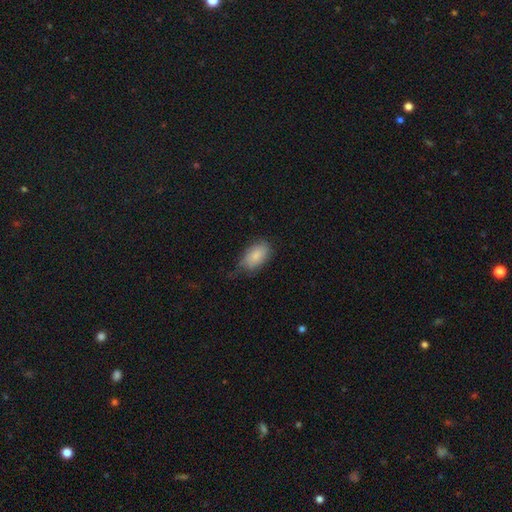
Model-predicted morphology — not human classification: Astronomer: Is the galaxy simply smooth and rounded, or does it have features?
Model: smooth — 83%.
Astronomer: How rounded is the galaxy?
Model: in between — 92%.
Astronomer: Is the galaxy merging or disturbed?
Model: none — 55% (runner-up: minor disturbance, 34%).